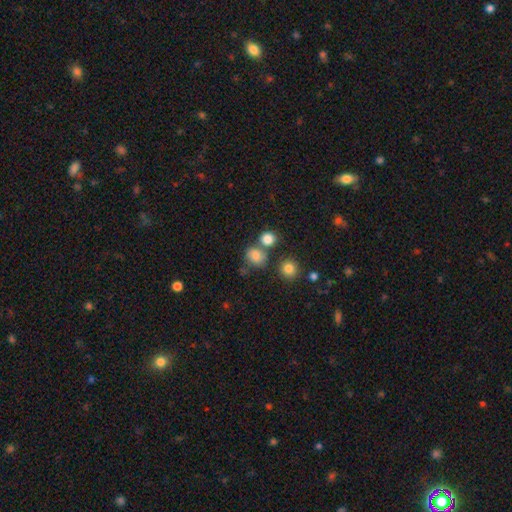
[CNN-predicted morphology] The model was most divided on "merging": none: 57%, merger: 23%, minor disturbance: 14%, major disturbance: 6%. More confident: smooth or featured — smooth (77%); how rounded — round (72%).